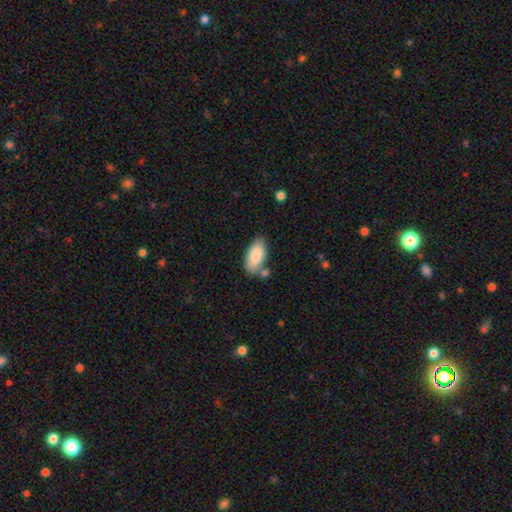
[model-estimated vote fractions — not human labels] A smooth galaxy with no disk features (83%) that is in between round and cigar-shaped (93%). Merging: none (63%).